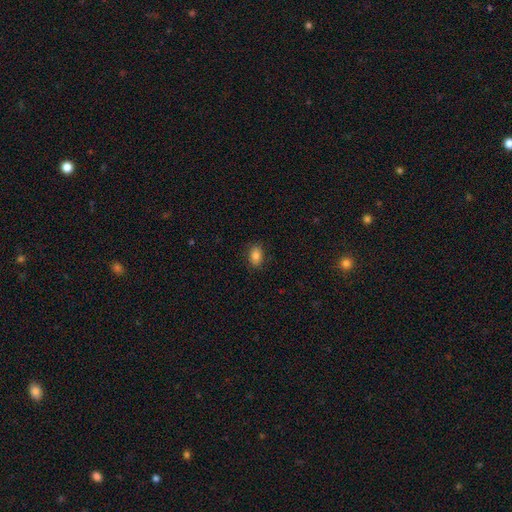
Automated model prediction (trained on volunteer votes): smooth-or-featured: smooth: 84% | star or artifact: 9% | featured or disk: 7%
  how-rounded: in between: 84% | round: 14% | cigar-shaped: 2%
  merging: none: 86% | minor disturbance: 10% | major disturbance: 2% | merger: 1%